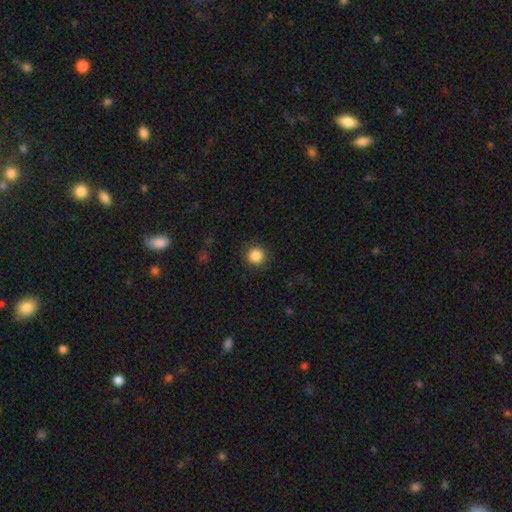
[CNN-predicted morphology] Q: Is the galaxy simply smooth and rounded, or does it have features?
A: smooth — 86%.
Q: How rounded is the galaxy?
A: round — 94%.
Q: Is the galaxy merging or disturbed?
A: none — 89%.